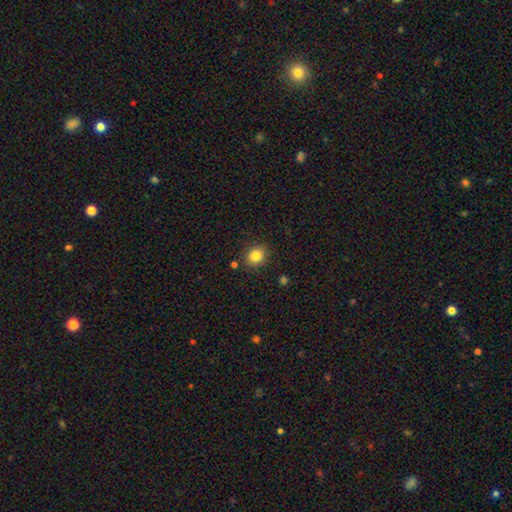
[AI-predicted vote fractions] Smooth or featured? smooth (84%)
How rounded? round (72%)
Merging? none (85%)